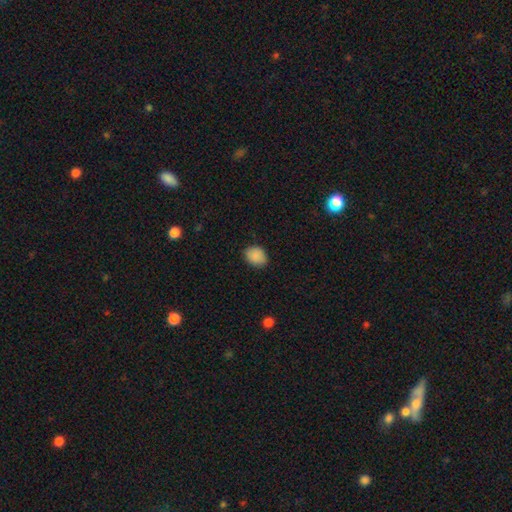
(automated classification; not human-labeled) The model was most divided on "how rounded": round: 50%, in between: 49%, cigar-shaped: 1%. More confident: smooth or featured — smooth (89%); merging — none (85%).